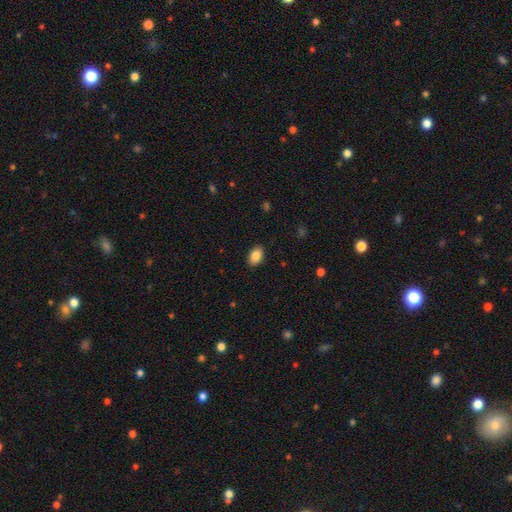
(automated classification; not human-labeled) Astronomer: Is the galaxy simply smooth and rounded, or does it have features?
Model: smooth — 86%.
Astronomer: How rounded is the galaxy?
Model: in between — 88%.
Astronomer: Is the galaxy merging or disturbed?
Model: none — 88%.